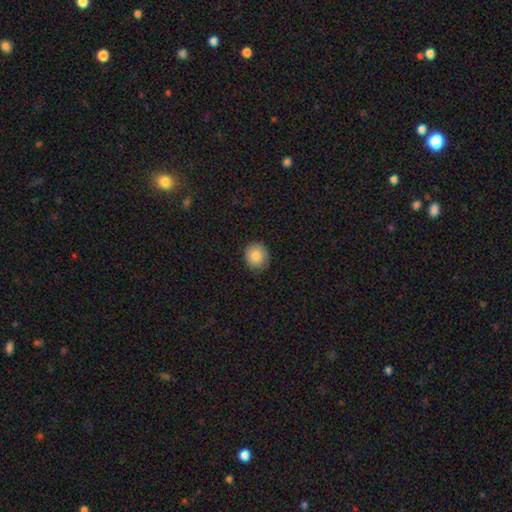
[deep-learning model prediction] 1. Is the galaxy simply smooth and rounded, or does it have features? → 85% smooth, 9% star or artifact, 6% featured or disk.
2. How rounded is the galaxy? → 88% round, 12% in between, 1% cigar-shaped.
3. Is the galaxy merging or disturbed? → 86% none, 11% minor disturbance, 2% major disturbance, 1% merger.